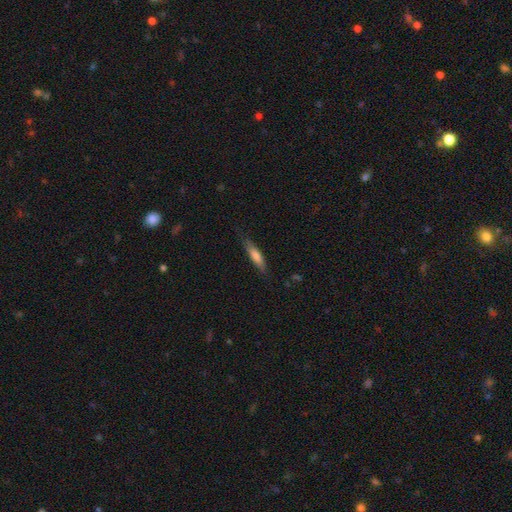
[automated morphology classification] This appears to be a smooth galaxy with no disk features (68%) that is cigar-shaped (76%). Merging: none (76%).